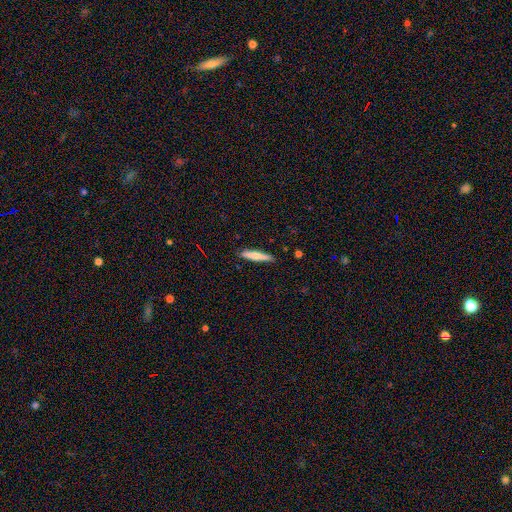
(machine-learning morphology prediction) smooth_or_featured: smooth (p=0.66) [alt: featured or disk p=0.28]
how_rounded: cigar-shaped (p=0.91) [alt: in between p=0.08]
merging: none (p=0.89) [alt: minor disturbance p=0.08]